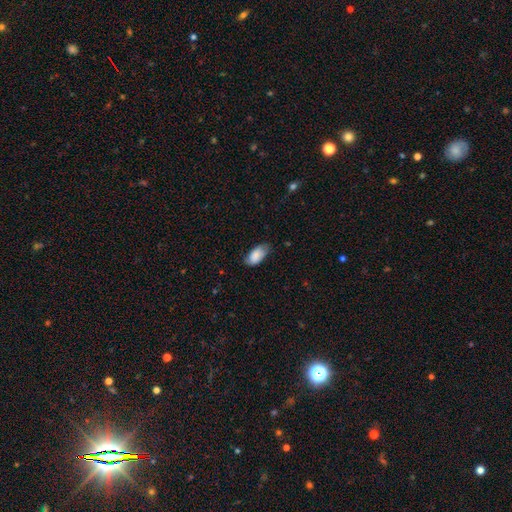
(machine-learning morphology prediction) This appears to be a smooth galaxy with no disk features (83%) that is in between round and cigar-shaped (94%). Merging: none (63%).